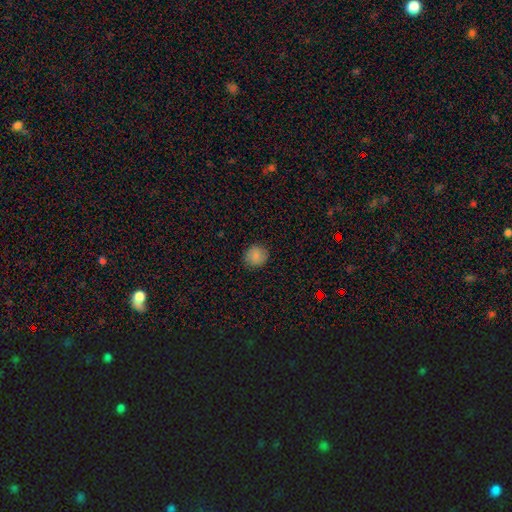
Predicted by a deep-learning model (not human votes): The model was most divided on "how rounded": round: 84%, in between: 15%, cigar-shaped: 1%. More confident: merging — none (89%); smooth or featured — smooth (86%).